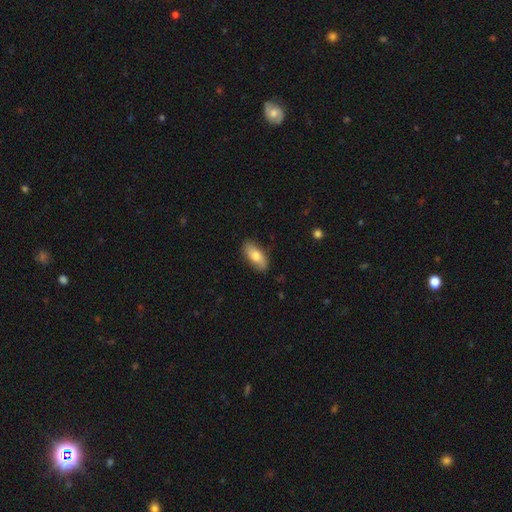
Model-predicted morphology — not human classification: A smooth galaxy with no disk features (72%) that is in between round and cigar-shaped (87%). Merging: none (84%).